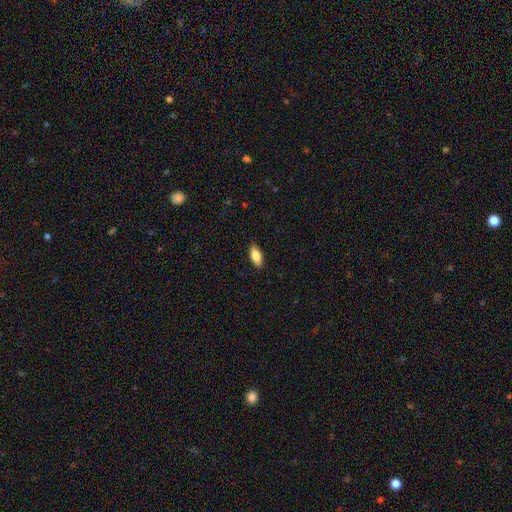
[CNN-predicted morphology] smooth_or_featured: smooth (p=0.82) [alt: featured or disk p=0.12]
how_rounded: in between (p=0.84) [alt: cigar-shaped p=0.14]
merging: none (p=0.88) [alt: minor disturbance p=0.09]